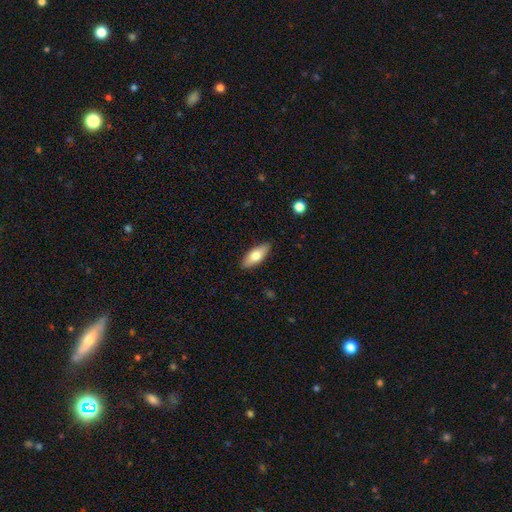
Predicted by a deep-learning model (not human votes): This appears to be a smooth galaxy with no disk features (72%) that is in between round and cigar-shaped (72%). Merging: none (88%).